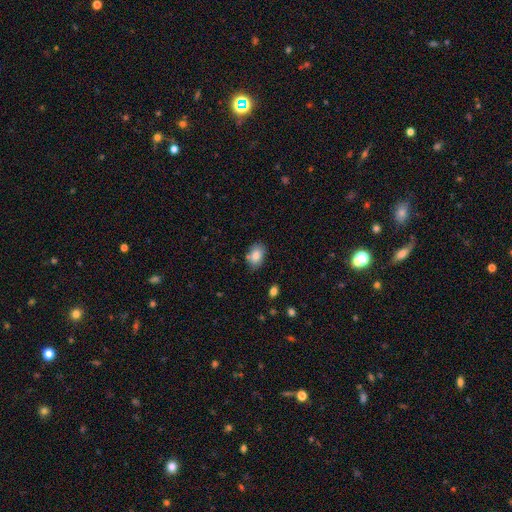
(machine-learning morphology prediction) Overall: smooth (83%). How rounded: in between (81%). Merging: none (75%).